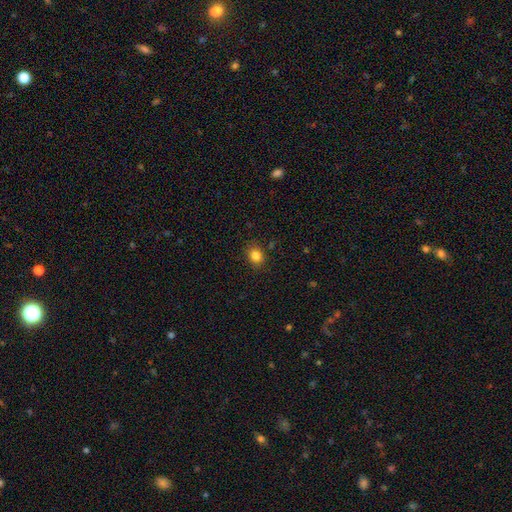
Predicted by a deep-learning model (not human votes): smooth_or_featured: smooth (p=0.83) [alt: star or artifact p=0.11]
how_rounded: round (p=0.58) [alt: in between p=0.41]
merging: none (p=0.86) [alt: minor disturbance p=0.10]